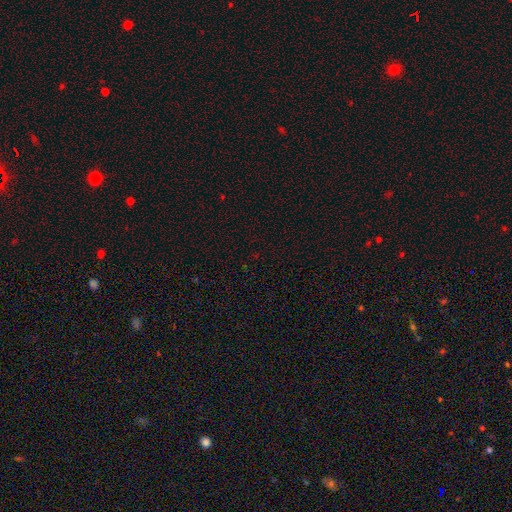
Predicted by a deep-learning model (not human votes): star or artifact 70%, smooth 24%, featured or disk 6%.